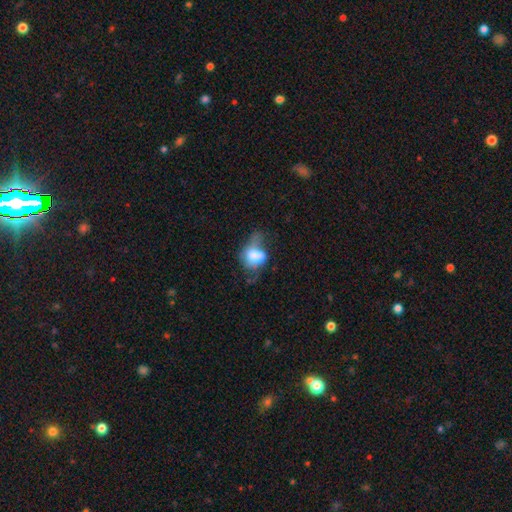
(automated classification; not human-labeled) Smooth or featured? smooth (55%)
How rounded? in between (72%)
Merging? major disturbance (45%)